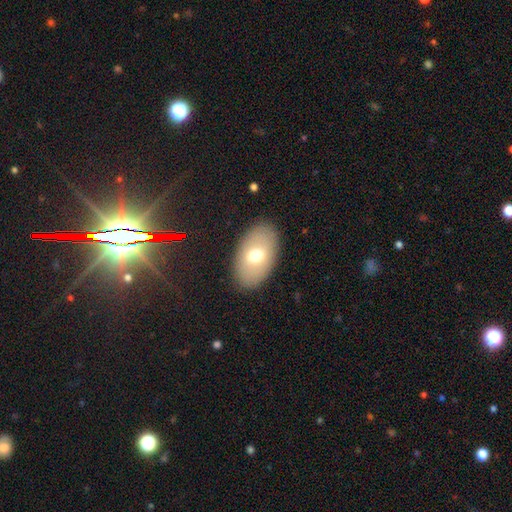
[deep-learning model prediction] Morphology: type=smooth (68%); roundness=in between (91%); merging=none (87%).